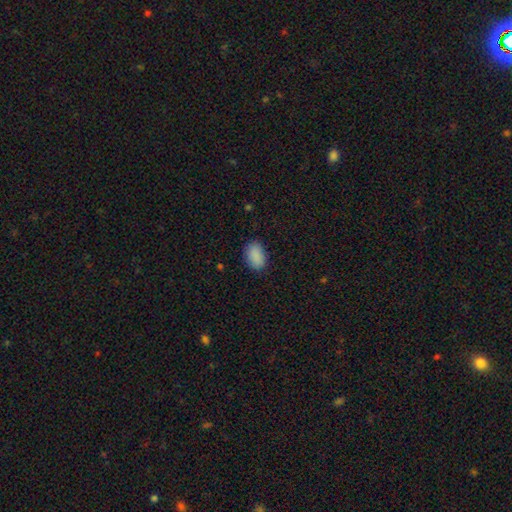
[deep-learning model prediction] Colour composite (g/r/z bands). It shows a smooth galaxy with no disk features (89%) that is in between round and cigar-shaped (89%). Merging: none (84%).